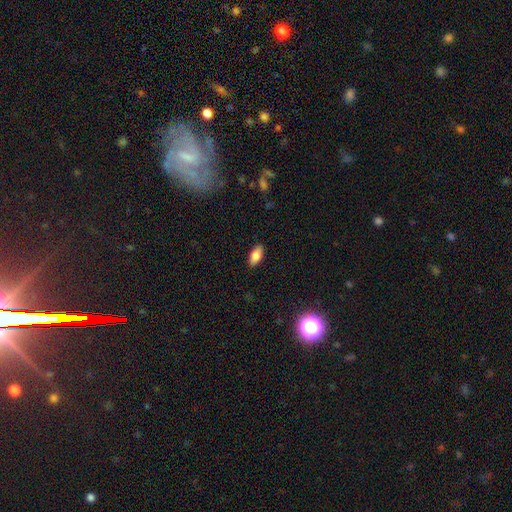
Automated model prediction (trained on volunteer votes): The model was most divided on "smooth or featured": smooth: 79%, featured or disk: 13%, star or artifact: 8%. More confident: merging — none (88%); how rounded — in between (86%).